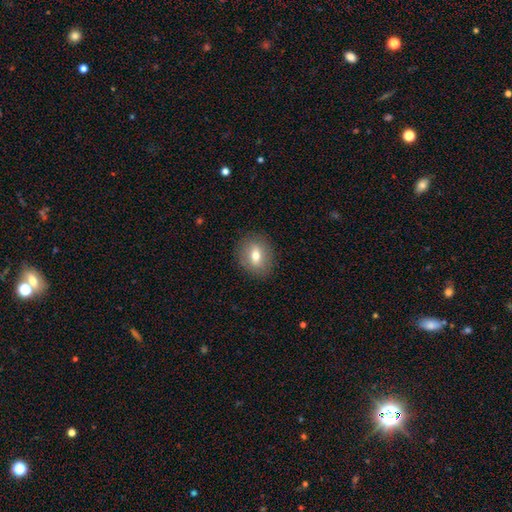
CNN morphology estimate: Smooth or featured?
  - smooth: 68% *
  - featured or disk: 24%
  - star or artifact: 9%
How rounded?
  - in between: 55% *
  - round: 42%
  - cigar-shaped: 2%
Merging?
  - none: 87% *
  - minor disturbance: 9%
  - major disturbance: 3%
  - merger: 1%